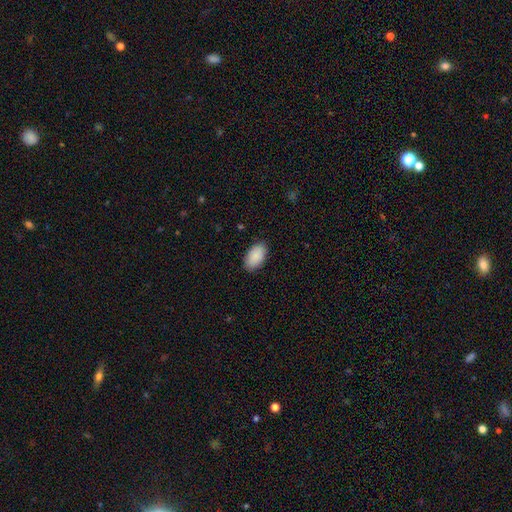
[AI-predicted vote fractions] Q: Smooth or featured?
A: smooth (90%); runner-up: star or artifact (6%)
Q: How rounded?
A: in between (95%); runner-up: round (3%)
Q: Merging?
A: none (87%); runner-up: minor disturbance (10%)